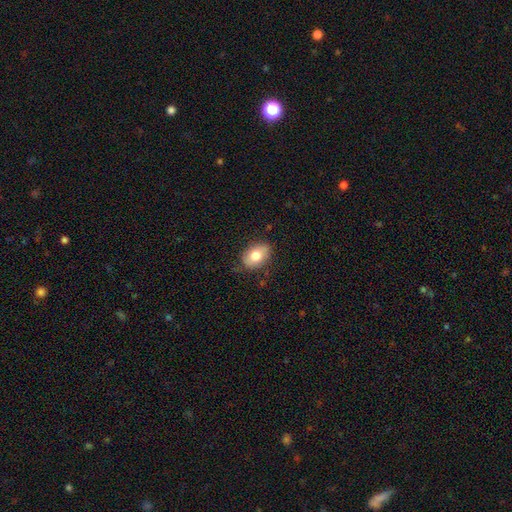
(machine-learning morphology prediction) Q: Smooth or featured?
A: smooth (78%); runner-up: featured or disk (15%)
Q: How rounded?
A: in between (86%); runner-up: round (13%)
Q: Merging?
A: none (80%); runner-up: minor disturbance (15%)